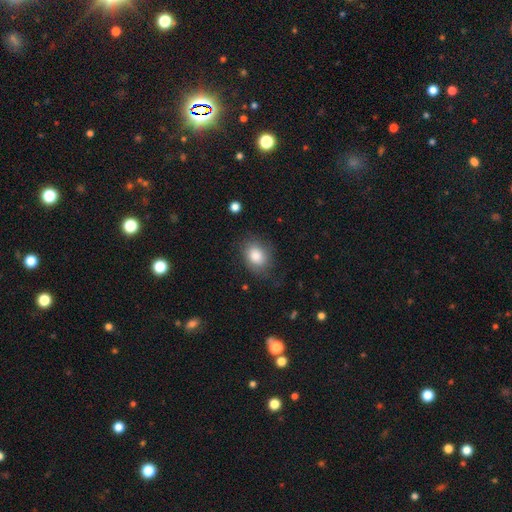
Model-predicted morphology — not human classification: type=smooth (80%); roundness=in between (65%); merging=none (68%).